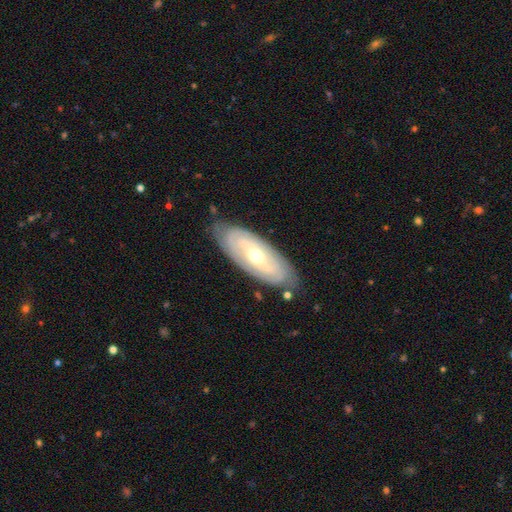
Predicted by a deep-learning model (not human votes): This appears to be a featured or disk galaxy (70%) with no bar (68%), spiral arms (75%) and a moderate central bulge (63%). Merging: none (78%).